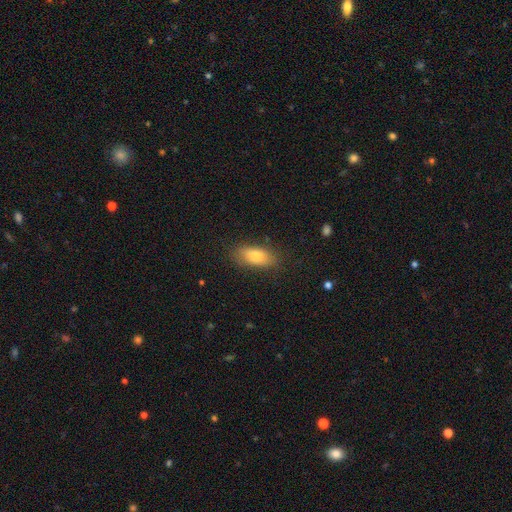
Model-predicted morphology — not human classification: Overall: smooth (79%). How rounded: in between (80%). Merging: none (81%).